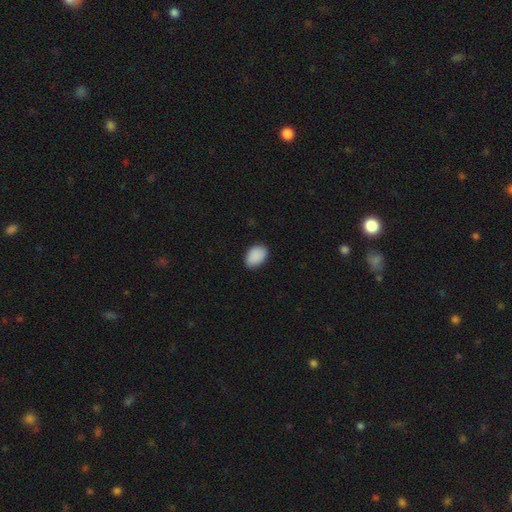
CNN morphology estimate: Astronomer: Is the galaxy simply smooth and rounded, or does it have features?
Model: smooth — 90%.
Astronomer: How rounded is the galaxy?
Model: in between — 87%.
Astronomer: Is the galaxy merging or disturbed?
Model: none — 86%.